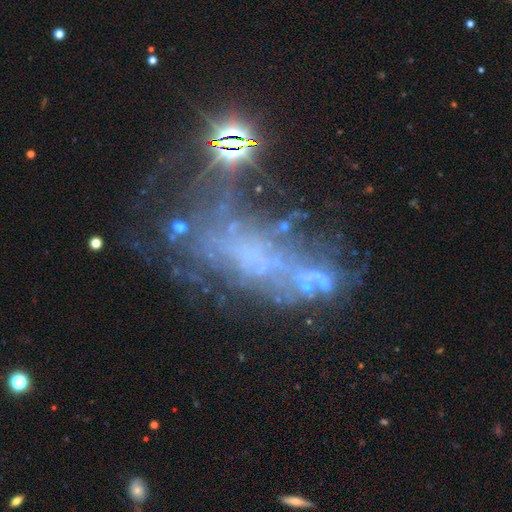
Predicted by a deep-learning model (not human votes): The model was most divided on "merging": major disturbance: 38%, none: 28%, merger: 18%, minor disturbance: 16%. More confident: edge-on disk — no (91%); bar — no (87%); spiral arms — no (85%); bulge size — none (77%); smooth or featured — featured or disk (55%).